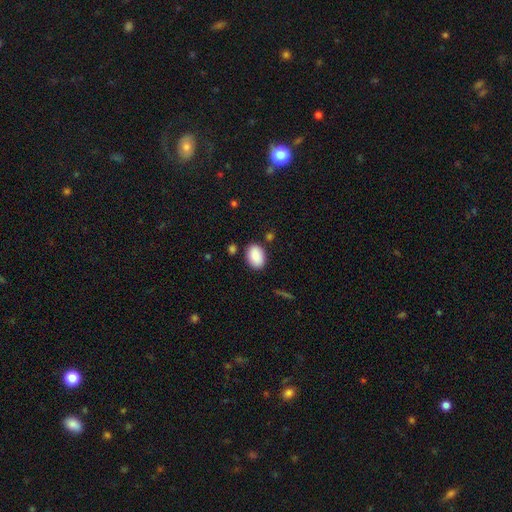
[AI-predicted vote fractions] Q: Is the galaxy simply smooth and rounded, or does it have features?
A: smooth — 89%.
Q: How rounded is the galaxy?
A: in between — 84%.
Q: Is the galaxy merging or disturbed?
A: none — 83%.